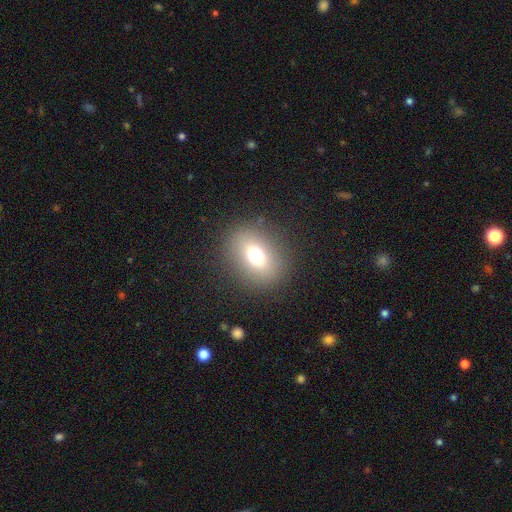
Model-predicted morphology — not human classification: smooth_or_featured: smooth (p=0.70) [alt: star or artifact p=0.15]
how_rounded: in between (p=0.53) [alt: round p=0.45]
merging: none (p=0.85) [alt: minor disturbance p=0.08]